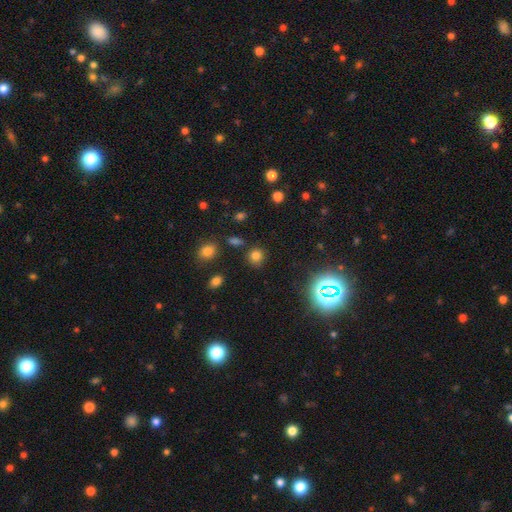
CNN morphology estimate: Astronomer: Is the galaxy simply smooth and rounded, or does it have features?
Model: smooth — 74%.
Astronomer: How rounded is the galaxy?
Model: round — 83%.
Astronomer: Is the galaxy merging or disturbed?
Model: none — 84%.